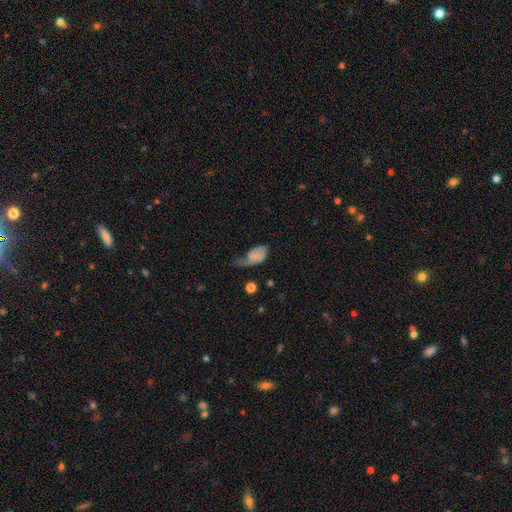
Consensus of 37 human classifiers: smooth 62%, featured or disk 30%, star or artifact 8%. Down the decision tree: how rounded — in between (83%); merging — major disturbance (59%).